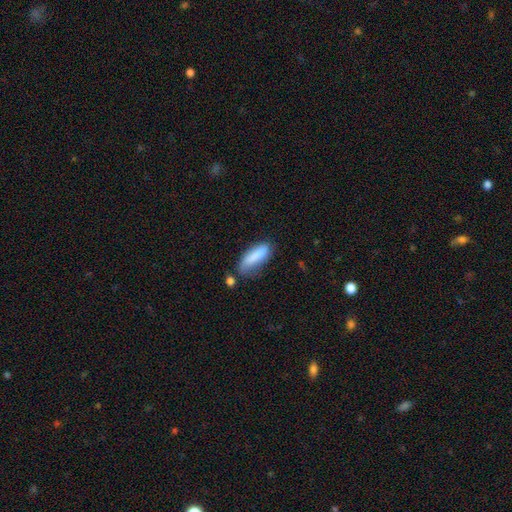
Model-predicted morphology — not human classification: smooth_or_featured: smooth (p=0.82) [alt: featured or disk p=0.11]
how_rounded: in between (p=0.53) [alt: cigar-shaped p=0.45]
merging: none (p=0.49) [alt: minor disturbance p=0.31]